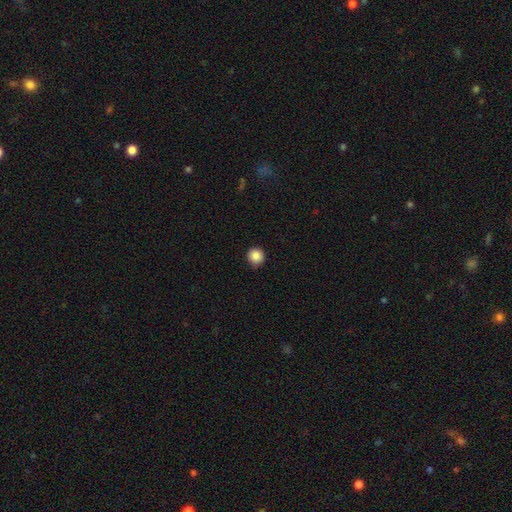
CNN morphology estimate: Smooth or featured: smooth — 86% (star or artifact — 10%)
How rounded: round — 95% (in between — 4%)
Merging: none — 89% (minor disturbance — 8%)